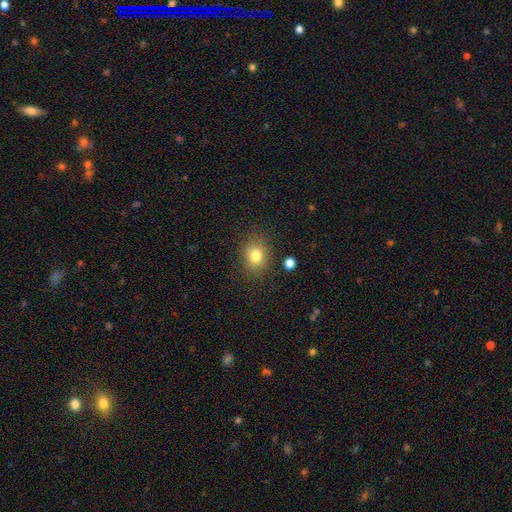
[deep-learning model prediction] smooth-or-featured: smooth: 80% | star or artifact: 12% | featured or disk: 9%
  how-rounded: round: 53% | in between: 46% | cigar-shaped: 1%
  merging: none: 81% | minor disturbance: 12% | major disturbance: 4% | merger: 3%